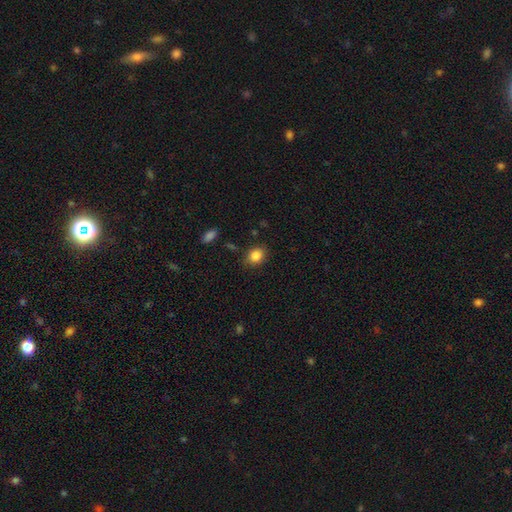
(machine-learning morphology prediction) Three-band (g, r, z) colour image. It shows a smooth galaxy with no disk features (85%) that is round (54%). Merging: none (83%).